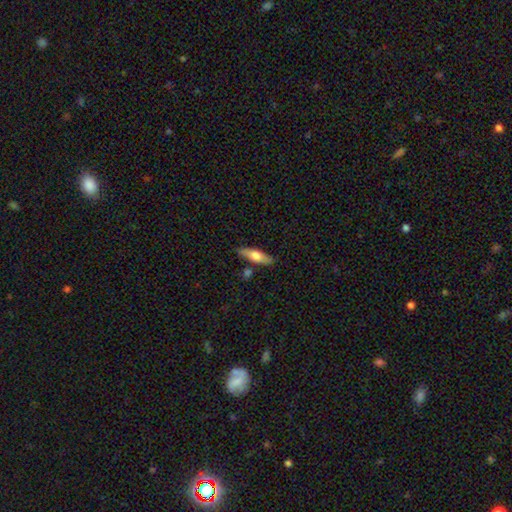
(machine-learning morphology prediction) This is possibly a smooth galaxy (55%). How rounded: possibly cigar-shaped (57%). Merging: likely none (80%).